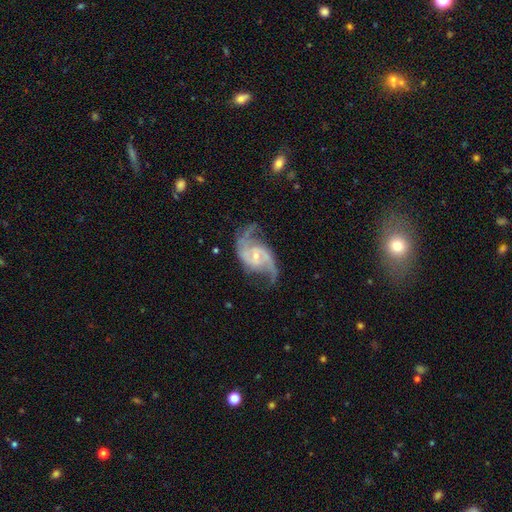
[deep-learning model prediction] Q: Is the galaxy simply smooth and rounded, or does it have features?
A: featured or disk — 90%.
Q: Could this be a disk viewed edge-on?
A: no — 97%.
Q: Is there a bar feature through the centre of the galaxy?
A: no — 45%.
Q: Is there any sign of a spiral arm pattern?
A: yes — 97%.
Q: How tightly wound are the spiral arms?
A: medium — 47%.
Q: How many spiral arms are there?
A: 2 — 83%.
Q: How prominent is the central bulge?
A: small — 67%.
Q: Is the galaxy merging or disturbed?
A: none — 66%.